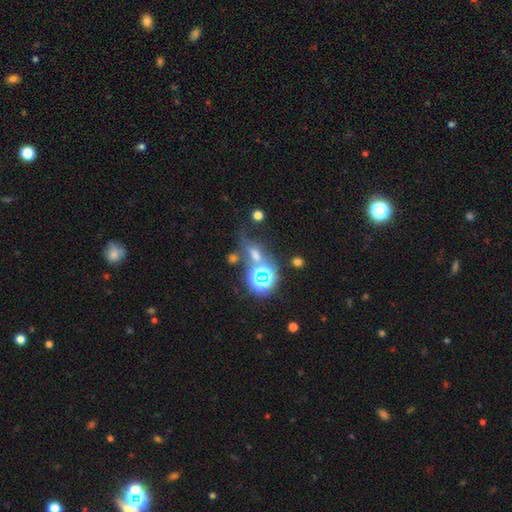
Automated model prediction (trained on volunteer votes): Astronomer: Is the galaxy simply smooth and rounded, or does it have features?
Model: star or artifact — 50% (runner-up: smooth, 34%).